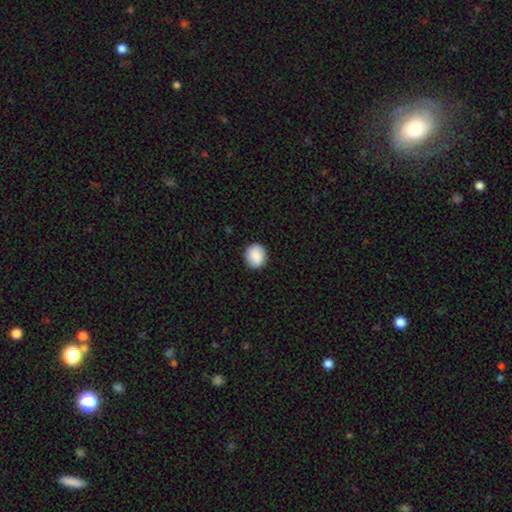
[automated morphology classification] A smooth galaxy with no disk features (86%) that is round (79%). Merging: none (89%).